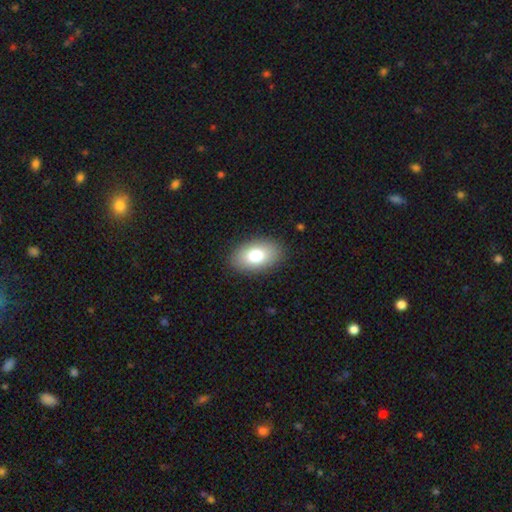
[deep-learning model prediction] smooth-or-featured: smooth: 78% | featured or disk: 14% | star or artifact: 8%
  how-rounded: in between: 91% | round: 7% | cigar-shaped: 1%
  merging: none: 88% | minor disturbance: 8% | major disturbance: 2% | merger: 1%